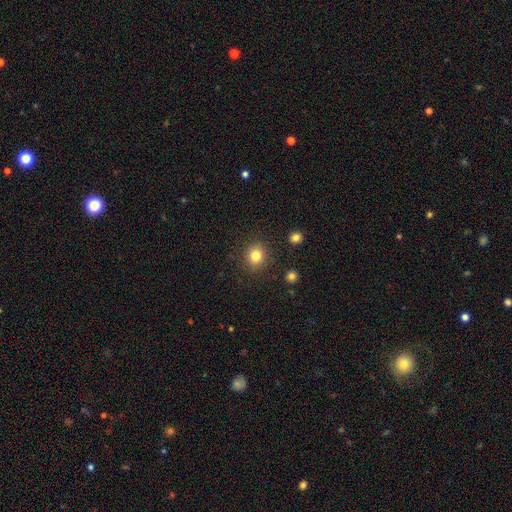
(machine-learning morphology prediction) The model was most divided on "how rounded": round: 83%, in between: 16%, cigar-shaped: 1%. More confident: merging — none (88%); smooth or featured — smooth (82%).